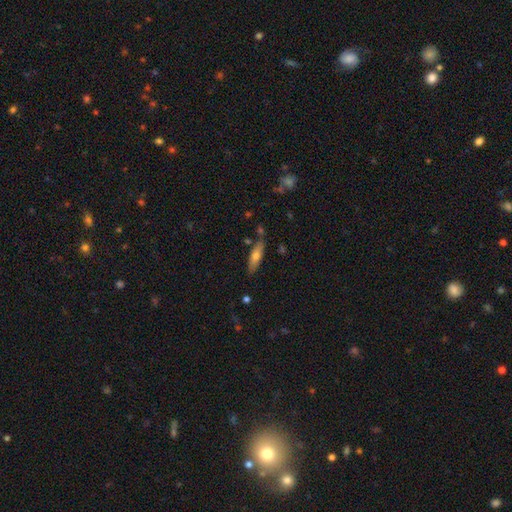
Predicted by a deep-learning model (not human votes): Smooth or featured? Predicted: smooth (p=0.65). How rounded? Predicted: cigar-shaped (p=0.59). Merging? Predicted: none (p=0.78).